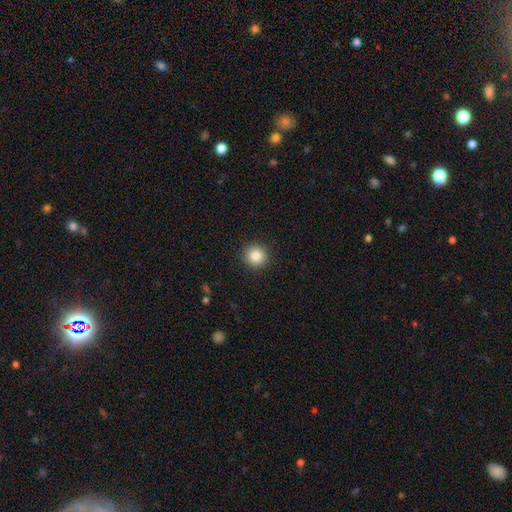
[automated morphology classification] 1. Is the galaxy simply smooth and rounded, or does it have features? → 85% smooth, 10% star or artifact, 5% featured or disk.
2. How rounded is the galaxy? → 94% round, 5% in between, 1% cigar-shaped.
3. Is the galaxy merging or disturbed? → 92% none, 5% minor disturbance, 2% major disturbance, 1% merger.